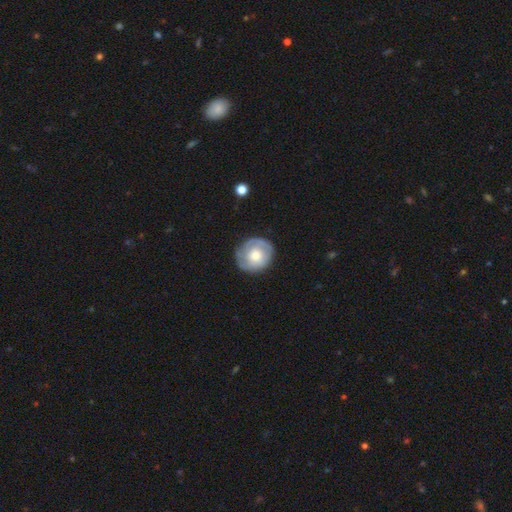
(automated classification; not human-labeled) featured or disk 51%, smooth 43%, star or artifact 6%. Down the decision tree: edge-on disk — no (97%); merging — none (79%).